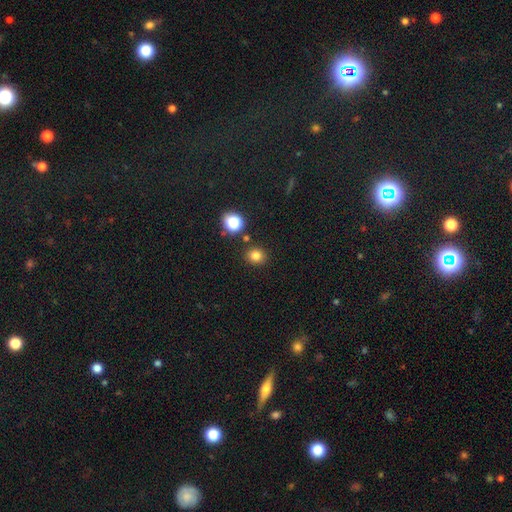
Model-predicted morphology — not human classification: smooth-or-featured: smooth: 80% | star or artifact: 15% | featured or disk: 5%
  how-rounded: round: 79% | in between: 20% | cigar-shaped: 1%
  merging: none: 85% | minor disturbance: 8% | merger: 5% | major disturbance: 2%